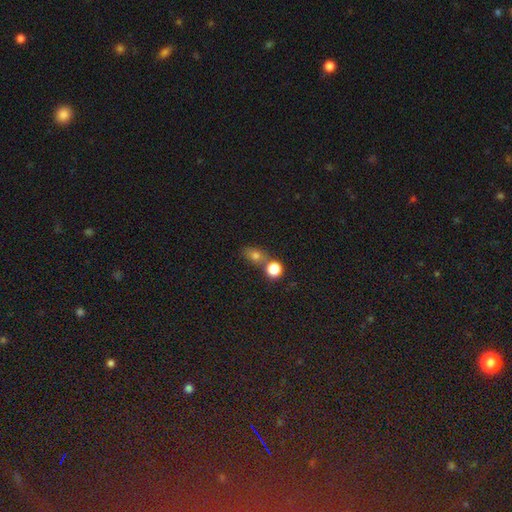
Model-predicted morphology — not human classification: Smooth or featured? Predicted: smooth (p=0.74). How rounded? Predicted: in between (p=0.55). Merging? Predicted: none (p=0.51).